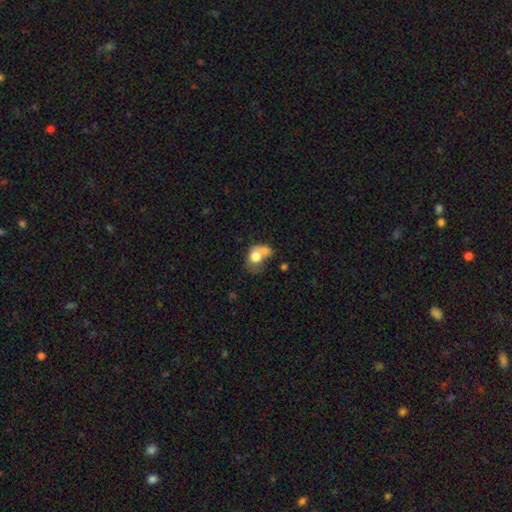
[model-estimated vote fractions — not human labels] Smooth or featured?
  - smooth: 69% *
  - featured or disk: 22%
  - star or artifact: 9%
How rounded?
  - in between: 52% *
  - round: 47%
  - cigar-shaped: 1%
Merging?
  - merger: 53% *
  - none: 19%
  - major disturbance: 15%
  - minor disturbance: 13%